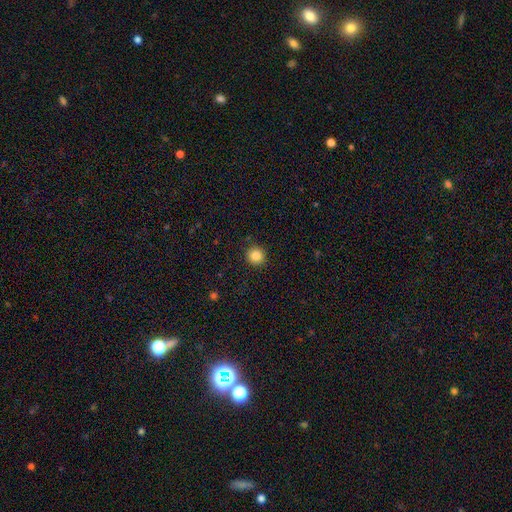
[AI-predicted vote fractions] smooth-or-featured: smooth: 85% | star or artifact: 10% | featured or disk: 4%
  how-rounded: round: 92% | in between: 7% | cigar-shaped: 1%
  merging: none: 90% | minor disturbance: 6% | major disturbance: 2% | merger: 1%